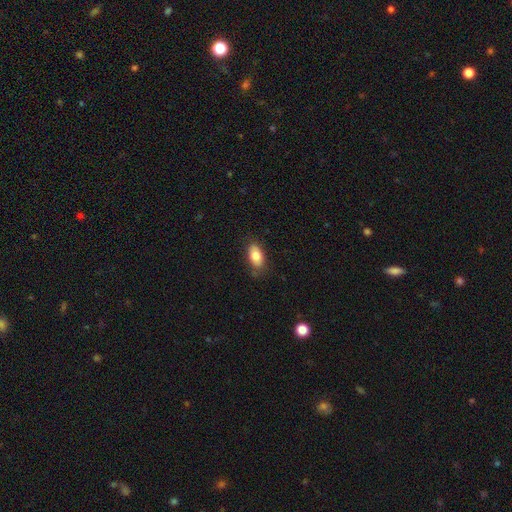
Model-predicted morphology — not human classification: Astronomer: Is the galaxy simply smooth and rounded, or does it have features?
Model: smooth — 80%.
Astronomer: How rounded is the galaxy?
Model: in between — 92%.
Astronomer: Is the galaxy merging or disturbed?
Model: none — 78%.